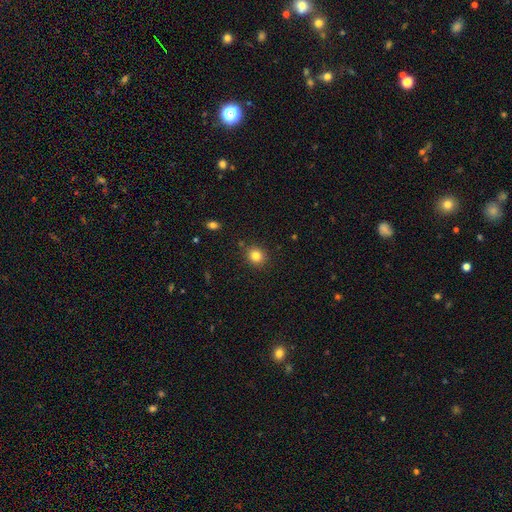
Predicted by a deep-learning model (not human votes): Smooth or featured?
  - smooth: 83% *
  - star or artifact: 11%
  - featured or disk: 6%
How rounded?
  - round: 79% *
  - in between: 20%
  - cigar-shaped: 1%
Merging?
  - none: 87% *
  - minor disturbance: 9%
  - merger: 3%
  - major disturbance: 2%